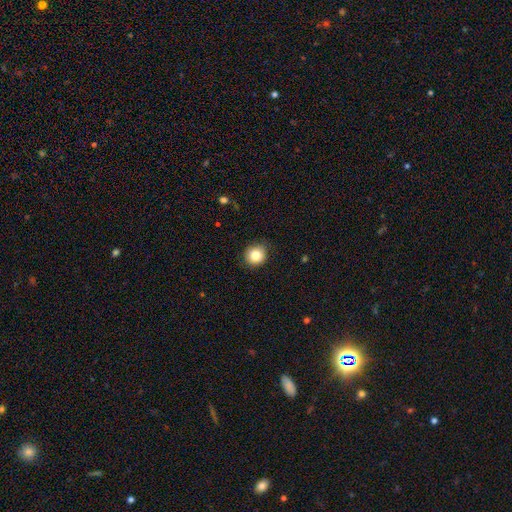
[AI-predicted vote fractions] smooth_or_featured: smooth (p=0.84) [alt: star or artifact p=0.10]
how_rounded: round (p=0.89) [alt: in between p=0.10]
merging: none (p=0.85) [alt: minor disturbance p=0.12]